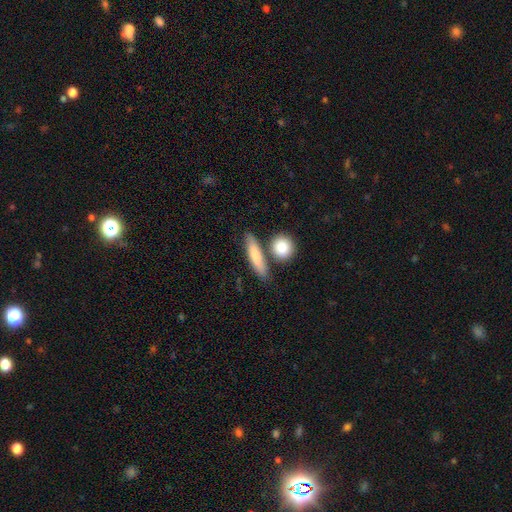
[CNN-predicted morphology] Q: Smooth or featured?
A: smooth (76%); runner-up: featured or disk (18%)
Q: How rounded?
A: cigar-shaped (66%); runner-up: in between (26%)
Q: Merging?
A: none (72%); runner-up: merger (14%)